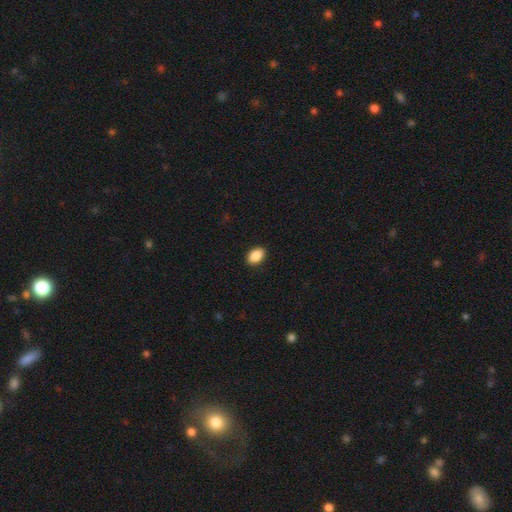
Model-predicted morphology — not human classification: The model was most divided on "how rounded": in between: 87%, round: 11%, cigar-shaped: 1%. More confident: merging — none (91%); smooth or featured — smooth (89%).